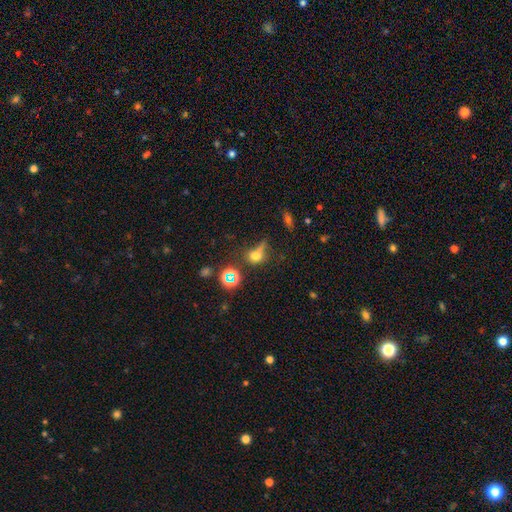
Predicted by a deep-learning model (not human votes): A smooth galaxy with no disk features (61%) that is round (63%). Merging: none (42%).